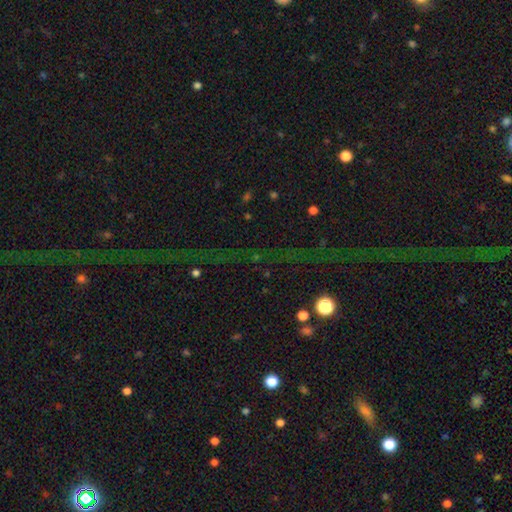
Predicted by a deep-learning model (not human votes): A star or artifact, not a galaxy (78%).

Vote fractions:
- Smooth or featured? star or artifact: 78% / featured or disk: 11% / smooth: 11%